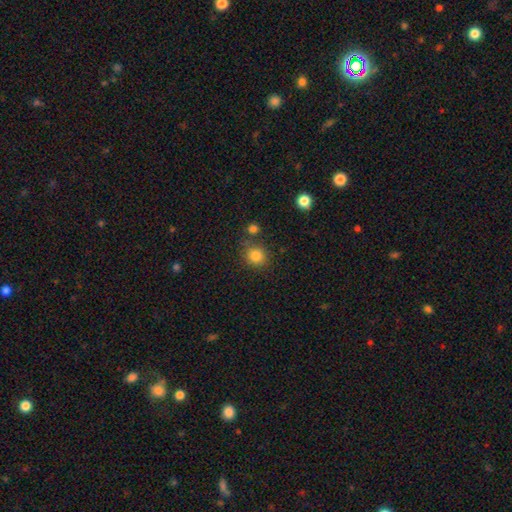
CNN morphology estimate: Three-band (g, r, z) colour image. It shows a smooth galaxy with no disk features (83%) that is round (83%). Merging: none (75%).